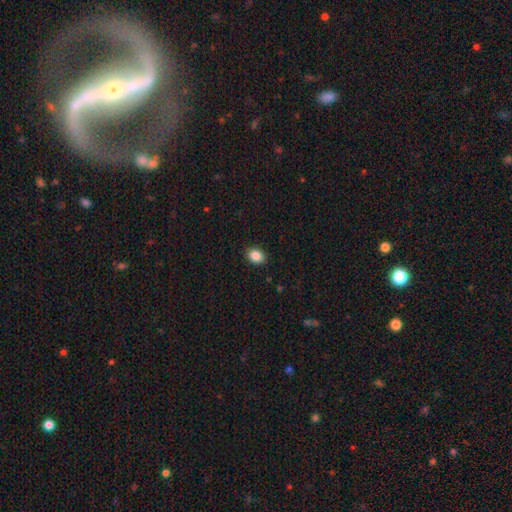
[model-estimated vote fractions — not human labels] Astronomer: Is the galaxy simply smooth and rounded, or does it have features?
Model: smooth — 87%.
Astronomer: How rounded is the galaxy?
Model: in between — 61% (runner-up: round, 38%).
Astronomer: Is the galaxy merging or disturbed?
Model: none — 89%.